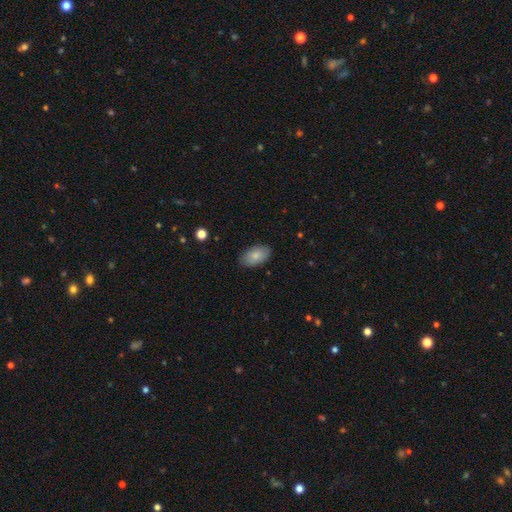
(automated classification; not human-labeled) Smooth or featured: smooth — 82% (featured or disk — 11%)
How rounded: in between — 94% (round — 4%)
Merging: none — 85% (minor disturbance — 12%)